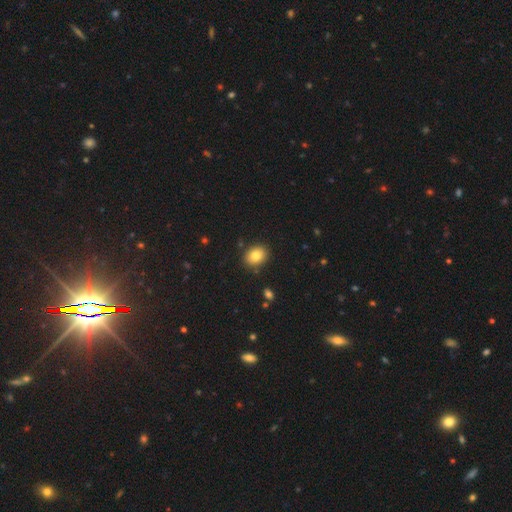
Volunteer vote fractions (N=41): This appears to be a smooth galaxy with no disk features (88%) that is in between round and cigar-shaped (69%). Merging: none (87%).